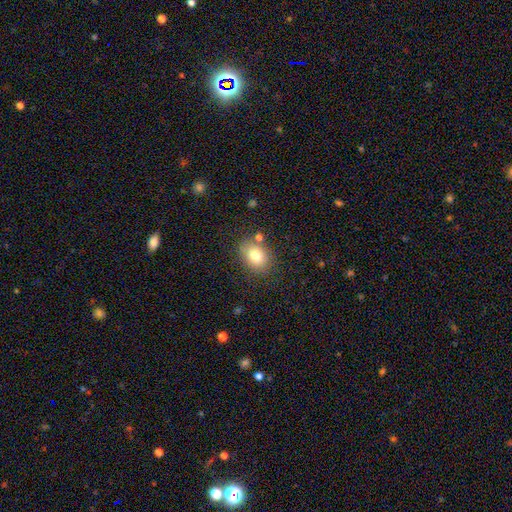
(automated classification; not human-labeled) The model was most divided on "how rounded": in between: 63%, round: 36%, cigar-shaped: 1%. More confident: smooth or featured — smooth (78%); merging — none (76%).